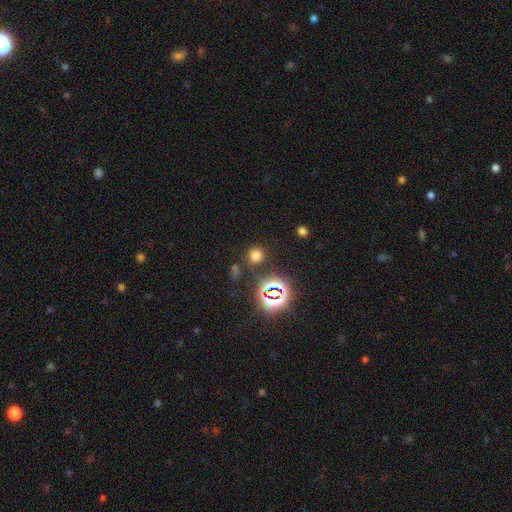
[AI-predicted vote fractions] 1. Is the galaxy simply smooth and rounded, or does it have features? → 67% smooth, 27% star or artifact, 6% featured or disk.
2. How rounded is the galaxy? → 81% round, 17% in between, 1% cigar-shaped.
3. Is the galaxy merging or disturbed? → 82% none, 9% minor disturbance, 5% merger, 4% major disturbance.